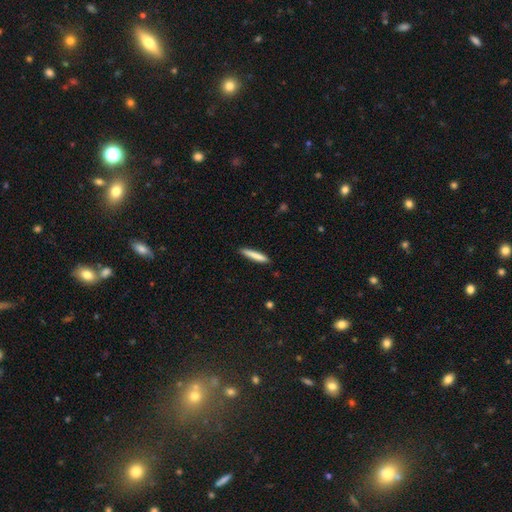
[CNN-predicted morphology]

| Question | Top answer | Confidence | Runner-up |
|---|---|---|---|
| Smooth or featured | smooth | 79% | featured or disk (15%) |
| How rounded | cigar-shaped | 93% | in between (6%) |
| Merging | none | 89% | minor disturbance (9%) |